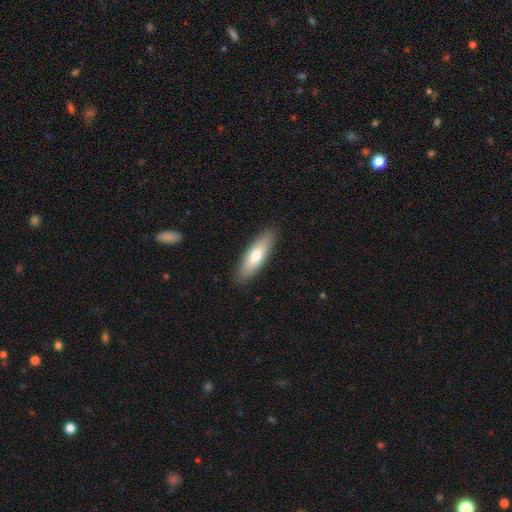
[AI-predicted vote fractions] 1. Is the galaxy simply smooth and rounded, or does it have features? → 72% smooth, 22% featured or disk, 5% star or artifact.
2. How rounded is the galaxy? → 54% cigar-shaped, 44% in between, 2% round.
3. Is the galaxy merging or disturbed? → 89% none, 8% minor disturbance, 2% major disturbance, 1% merger.